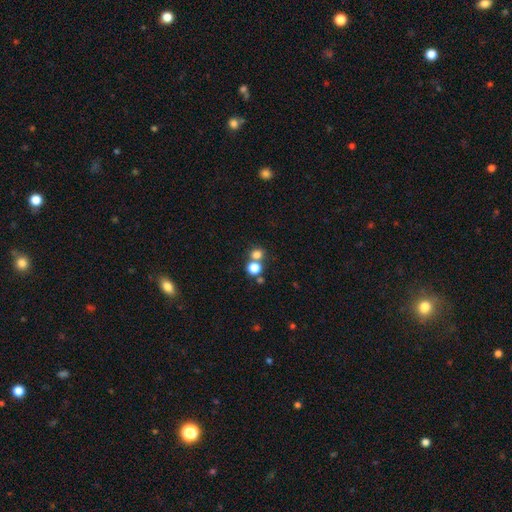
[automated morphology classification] A smooth galaxy with no disk features (76%) that is round (85%). Merging: none (58%).